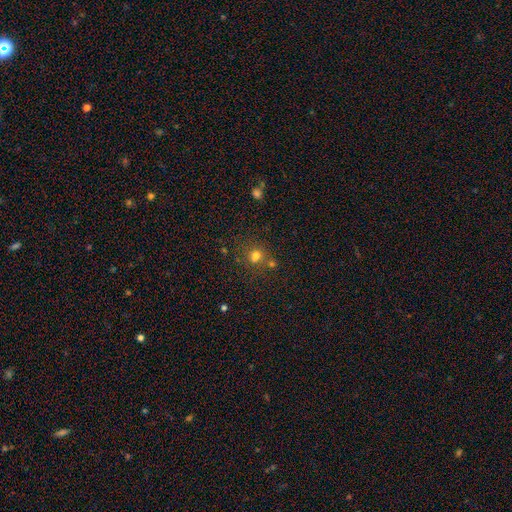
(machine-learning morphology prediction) Smooth or featured? Predicted: smooth (p=0.68). How rounded? Predicted: round (p=0.78). Merging? Predicted: none (p=0.56).